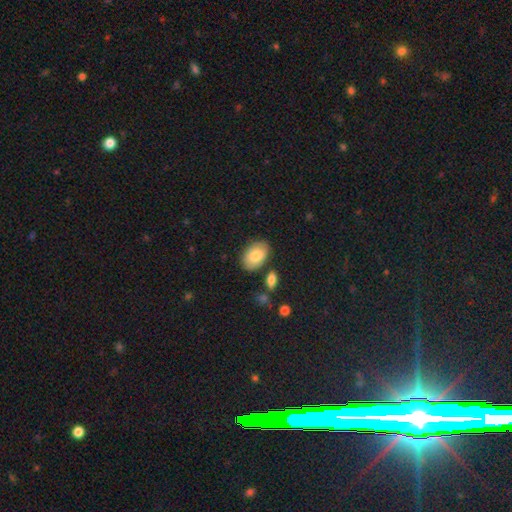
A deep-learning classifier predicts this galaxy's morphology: A smooth galaxy with no disk features (83%) that is in between round and cigar-shaped (90%).

Vote fractions:
- Smooth or featured? smooth: 83% / featured or disk: 10% / star or artifact: 6%
- How rounded? in between: 90% / round: 9% / cigar-shaped: 1%
- Merging? none: 80% / minor disturbance: 12% / merger: 4% / major disturbance: 3%